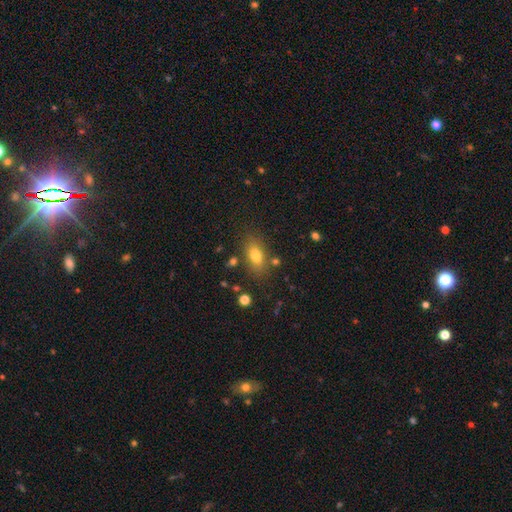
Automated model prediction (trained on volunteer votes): This is likely a smooth galaxy (77%). How rounded: clearly in between (83%). Merging: likely none (80%).